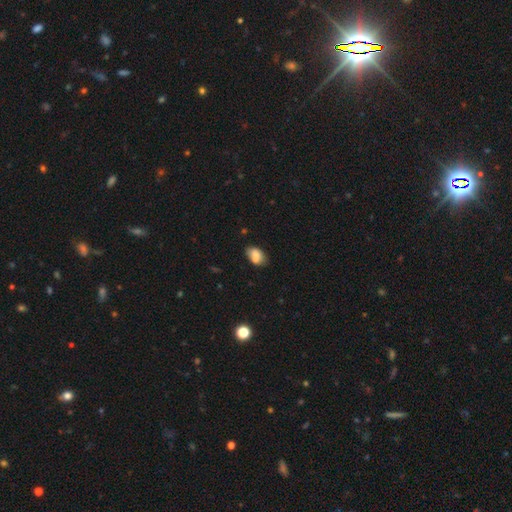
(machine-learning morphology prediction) This appears to be a smooth galaxy with no disk features (75%) that is in between round and cigar-shaped (85%). Merging: none (54%).